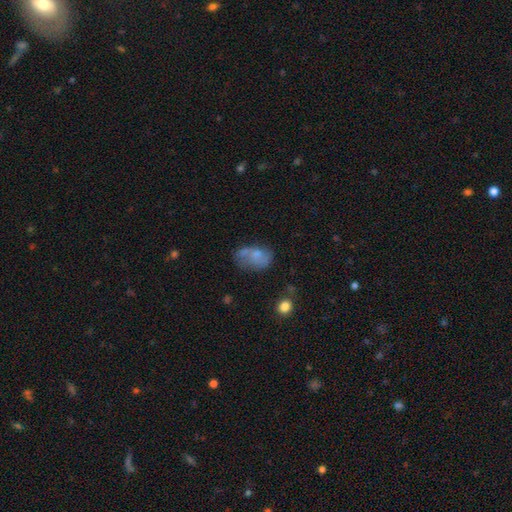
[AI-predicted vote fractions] Q: Smooth or featured?
A: smooth (57%); runner-up: featured or disk (31%)
Q: How rounded?
A: in between (84%); runner-up: round (14%)
Q: Merging?
A: none (36%); runner-up: minor disturbance (26%)